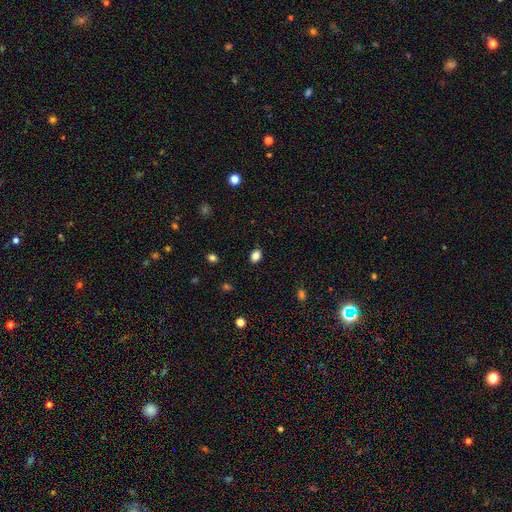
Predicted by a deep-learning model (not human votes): smooth 84%, star or artifact 10%, featured or disk 5%. Down the decision tree: how rounded — in between (73%); merging — none (88%).